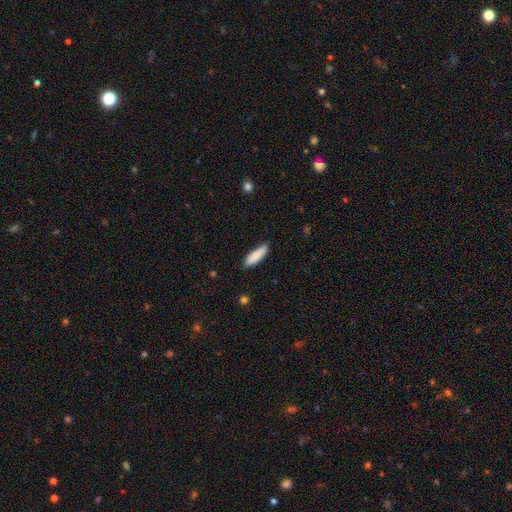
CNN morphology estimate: The model was most divided on "how rounded": cigar-shaped: 55%, in between: 44%, round: 1%. More confident: smooth or featured — smooth (88%); merging — none (83%).